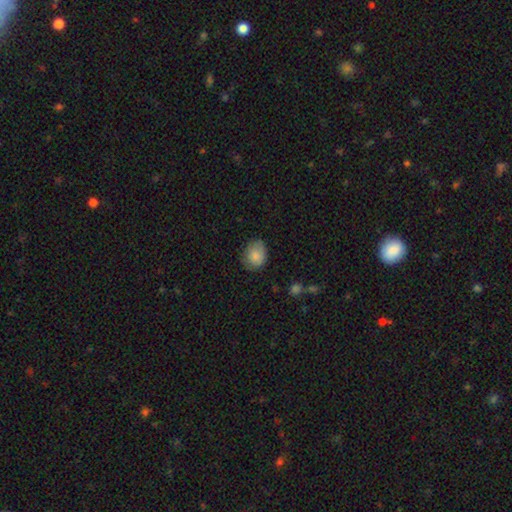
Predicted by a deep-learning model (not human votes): Morphology: type=smooth (85%); roundness=round (55%); merging=none (71%).